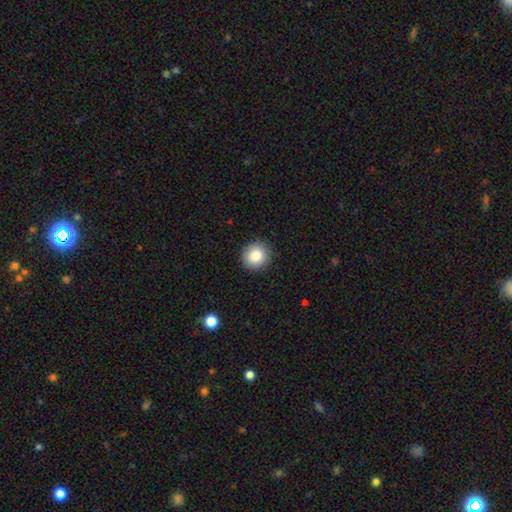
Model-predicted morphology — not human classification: This appears to be a smooth galaxy with no disk features (85%) that is round (89%). Merging: none (89%).